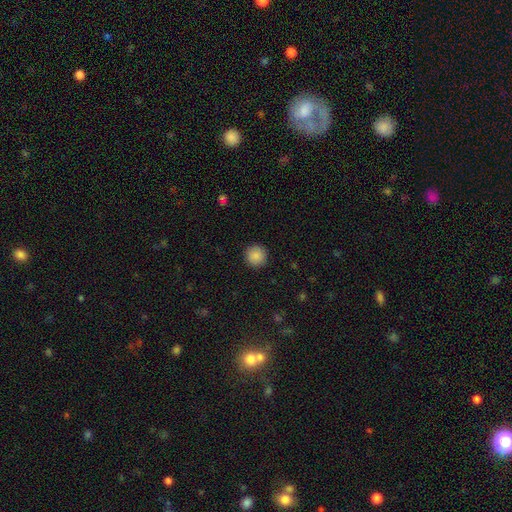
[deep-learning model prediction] This is clearly a smooth galaxy (88%). How rounded: clearly round (95%). Merging: clearly none (93%).